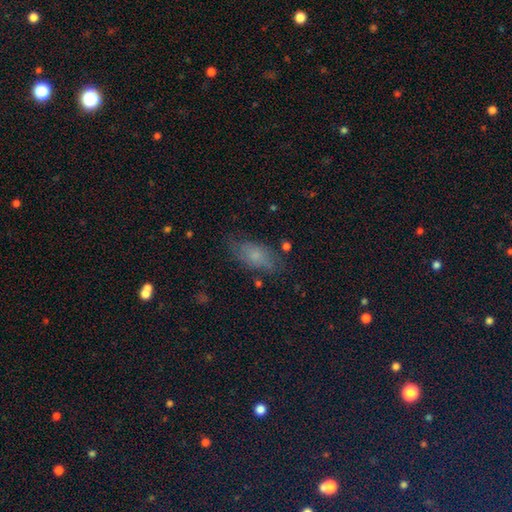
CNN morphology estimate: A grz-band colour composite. It shows a smooth galaxy with no disk features (62%) that is in between round and cigar-shaped (84%). Merging: none (66%).